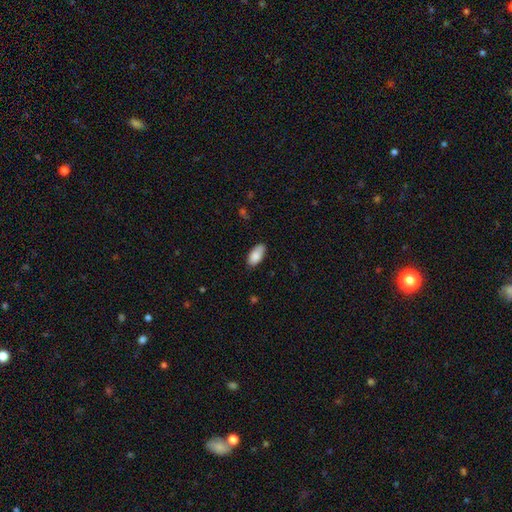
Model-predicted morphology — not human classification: smooth-or-featured: smooth: 86% | featured or disk: 7% | star or artifact: 7%
  how-rounded: in between: 92% | cigar-shaped: 6% | round: 2%
  merging: none: 81% | minor disturbance: 15% | major disturbance: 2% | merger: 1%